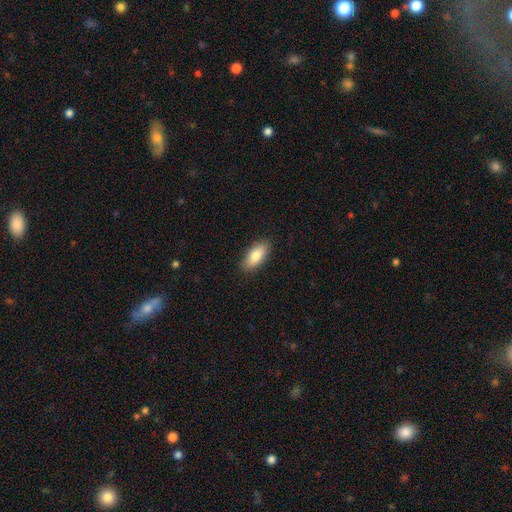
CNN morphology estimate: Smooth or featured? Predicted: smooth (p=0.81). How rounded? Predicted: in between (p=0.84). Merging? Predicted: none (p=0.87).